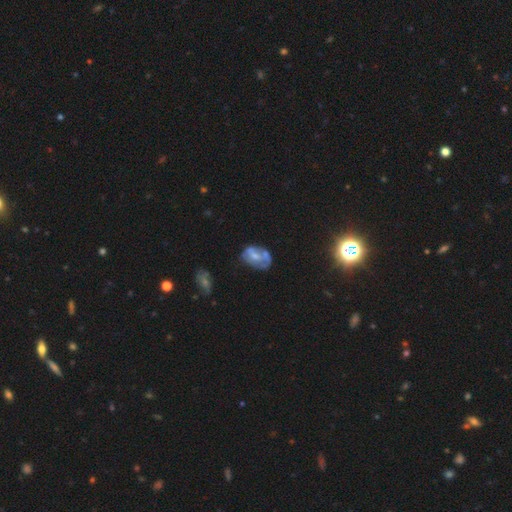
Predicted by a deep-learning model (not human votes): featured or disk 55%, smooth 37%, star or artifact 9%. Down the decision tree: edge-on disk — no (96%); bar — no (66%); spiral arms — no (65%); bulge size — moderate (44%); merging — none (40%).